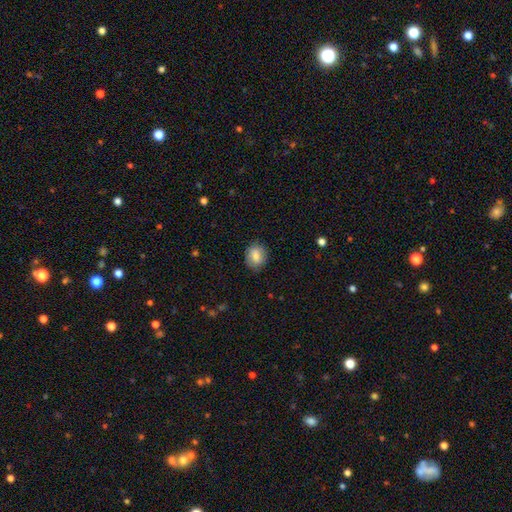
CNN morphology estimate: smooth-or-featured: smooth: 80% | featured or disk: 12% | star or artifact: 8%
  how-rounded: round: 59% | in between: 39% | cigar-shaped: 1%
  merging: none: 83% | minor disturbance: 13% | major disturbance: 3% | merger: 1%